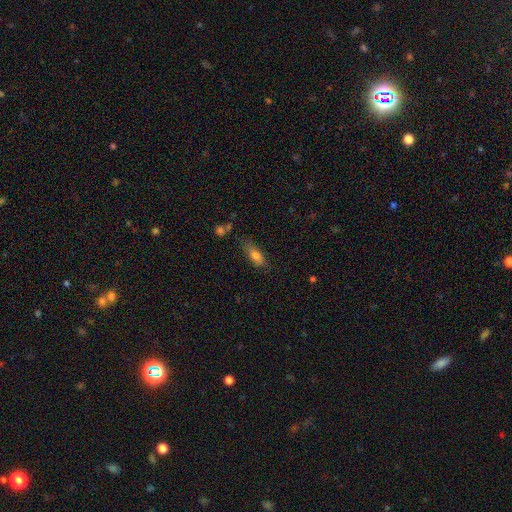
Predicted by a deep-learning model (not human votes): smooth-or-featured: smooth: 76% | featured or disk: 15% | star or artifact: 9%
  how-rounded: in between: 67% | cigar-shaped: 30% | round: 3%
  merging: none: 59% | minor disturbance: 26% | major disturbance: 10% | merger: 5%